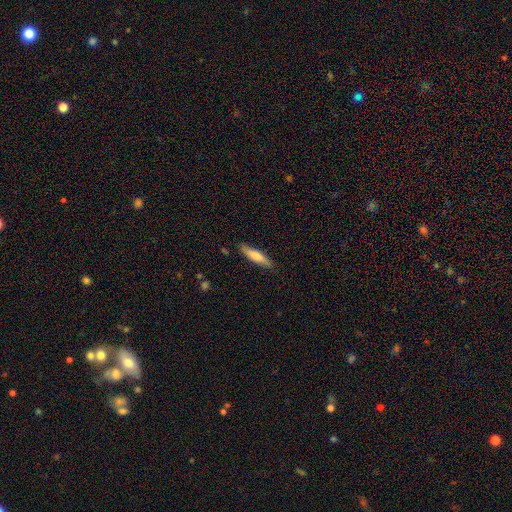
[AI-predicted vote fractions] Smooth or featured: smooth — 66% (featured or disk — 29%)
How rounded: cigar-shaped — 78% (in between — 21%)
Merging: none — 83% (minor disturbance — 13%)